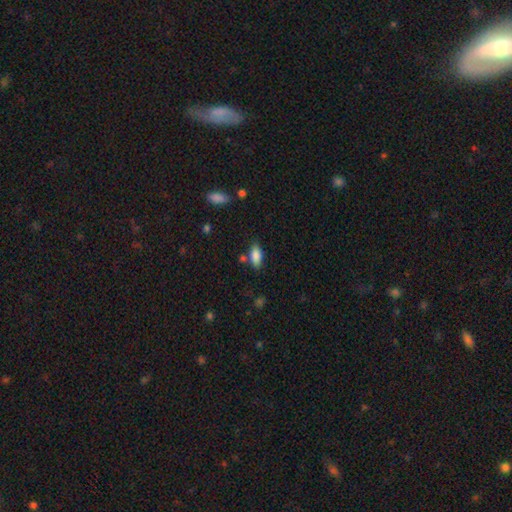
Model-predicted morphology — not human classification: Smooth or featured?
  - smooth: 85% *
  - featured or disk: 8%
  - star or artifact: 7%
How rounded?
  - in between: 86% *
  - cigar-shaped: 11%
  - round: 3%
Merging?
  - none: 75% *
  - minor disturbance: 14%
  - merger: 7%
  - major disturbance: 3%